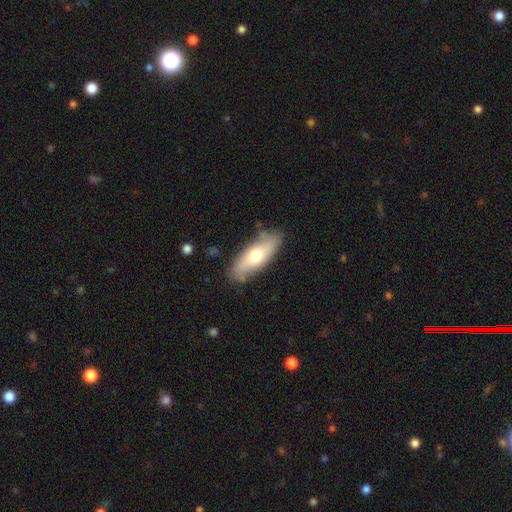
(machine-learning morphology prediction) This is possibly a smooth galaxy (60%). How rounded: likely in between (67%). Merging: likely none (79%).